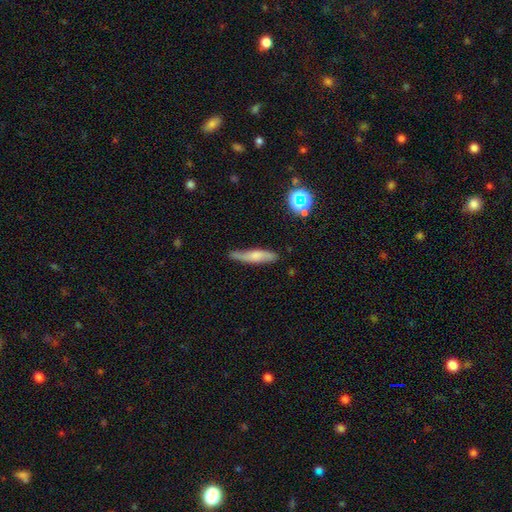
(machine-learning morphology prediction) Smooth or featured: smooth — 57% (featured or disk — 34%)
How rounded: cigar-shaped — 84% (in between — 14%)
Merging: none — 72% (minor disturbance — 21%)